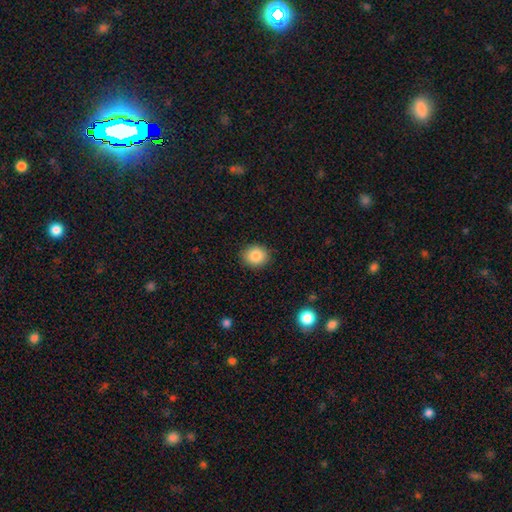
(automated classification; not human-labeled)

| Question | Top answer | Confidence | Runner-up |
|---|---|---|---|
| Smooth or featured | smooth | 85% | star or artifact (9%) |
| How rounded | round | 79% | in between (20%) |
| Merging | none | 90% | minor disturbance (7%) |